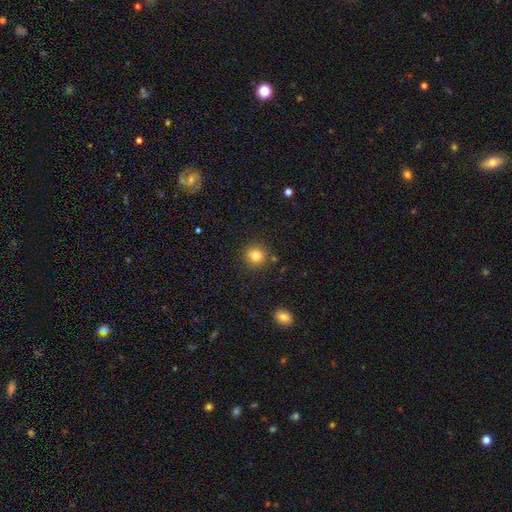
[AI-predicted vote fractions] This is likely a smooth galaxy (80%). How rounded: clearly round (91%). Merging: clearly none (86%).